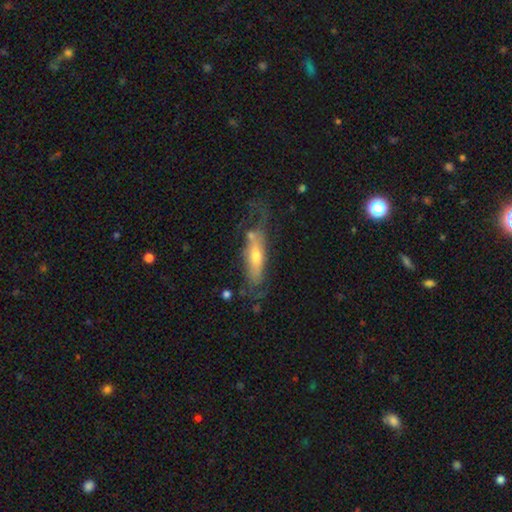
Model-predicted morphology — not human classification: Smooth or featured: featured or disk — 56% (smooth — 37%)
Edge-on disk: no — 54% (yes — 46%)
Merging: none — 45% (minor disturbance — 25%)